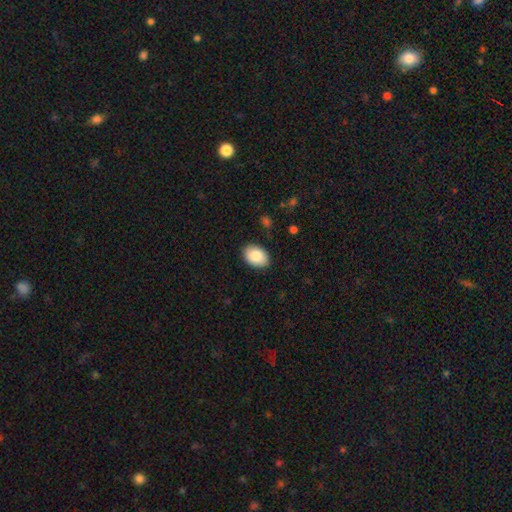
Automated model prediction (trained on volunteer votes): The model was most divided on "how rounded": in between: 85%, round: 14%, cigar-shaped: 1%. More confident: merging — none (87%); smooth or featured — smooth (87%).